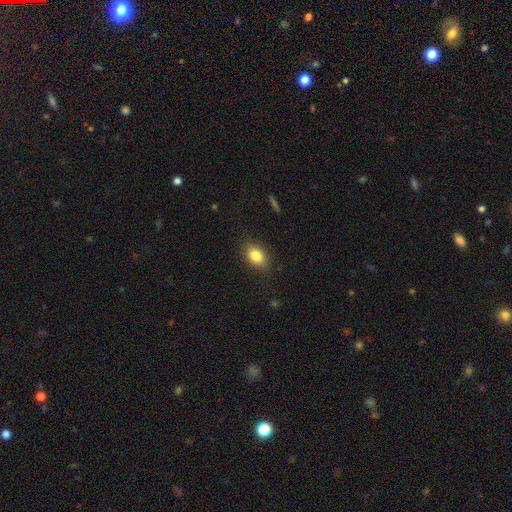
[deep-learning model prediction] Q: Smooth or featured?
A: smooth (83%); runner-up: star or artifact (9%)
Q: How rounded?
A: in between (80%); runner-up: round (18%)
Q: Merging?
A: none (84%); runner-up: minor disturbance (12%)